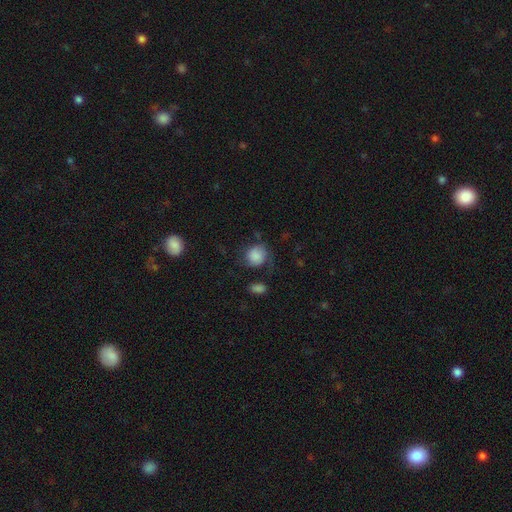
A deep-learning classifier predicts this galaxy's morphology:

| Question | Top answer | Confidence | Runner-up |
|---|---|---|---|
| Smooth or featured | smooth | 77% | featured or disk (14%) |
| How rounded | round | 78% | in between (21%) |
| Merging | none | 52% | minor disturbance (25%) |